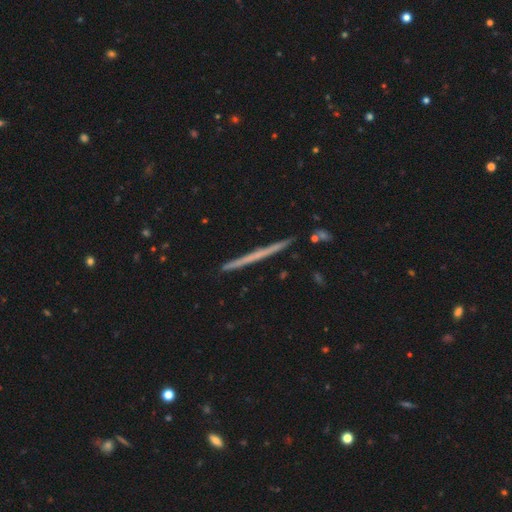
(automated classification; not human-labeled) The model was most divided on "smooth or featured": featured or disk: 56%, smooth: 37%, star or artifact: 7%. More confident: edge-on disk — yes (98%); merging — none (91%); edge-on bulge — none (89%).